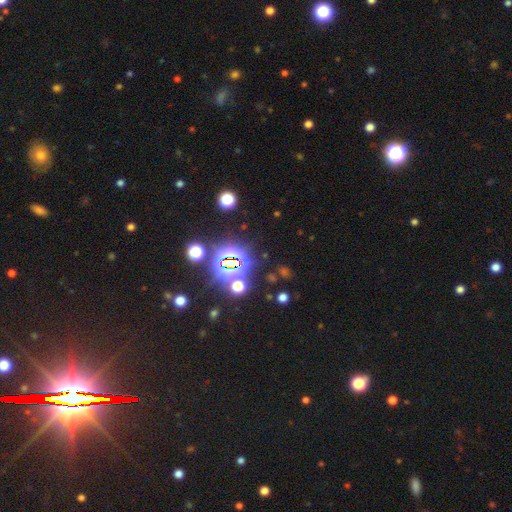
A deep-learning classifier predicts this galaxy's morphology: smooth-or-featured: star or artifact: 84% | smooth: 8% | featured or disk: 8%